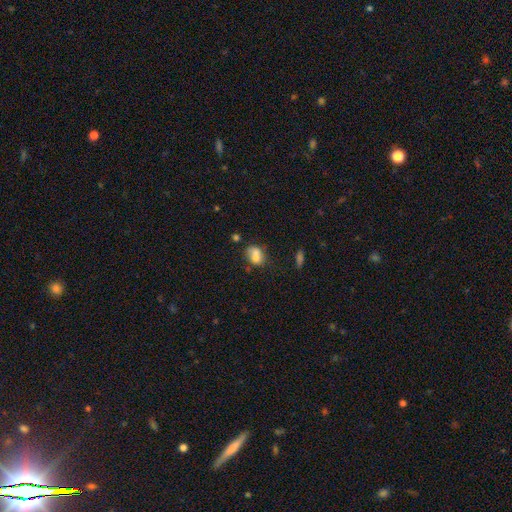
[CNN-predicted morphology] smooth-or-featured: smooth: 70% | featured or disk: 20% | star or artifact: 11%
  how-rounded: in between: 62% | round: 37% | cigar-shaped: 2%
  merging: merger: 43% | none: 33% | minor disturbance: 16% | major disturbance: 8%